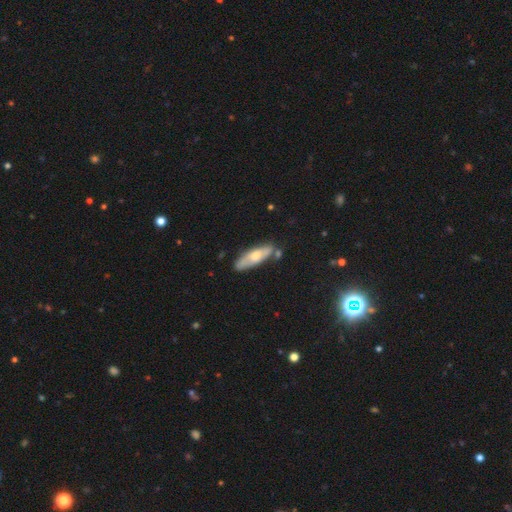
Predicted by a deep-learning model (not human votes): Smooth or featured? Predicted: smooth (p=0.51). How rounded? Predicted: cigar-shaped (p=0.50). Merging? Predicted: none (p=0.71).